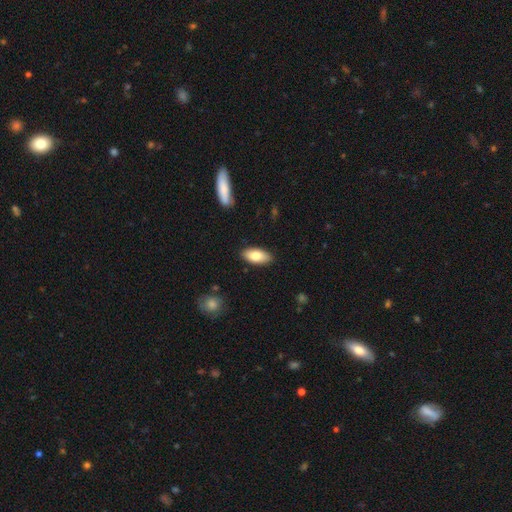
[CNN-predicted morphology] Smooth or featured?
  - smooth: 81% *
  - featured or disk: 13%
  - star or artifact: 6%
How rounded?
  - in between: 87% *
  - cigar-shaped: 11%
  - round: 2%
Merging?
  - none: 88% *
  - minor disturbance: 9%
  - major disturbance: 2%
  - merger: 1%